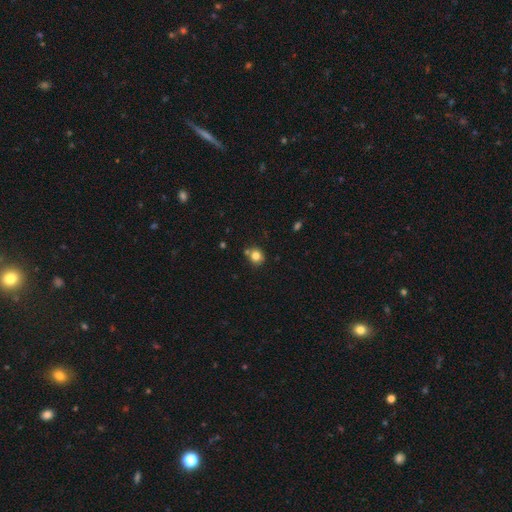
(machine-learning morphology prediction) Smooth or featured? Predicted: smooth (p=0.80). How rounded? Predicted: round (p=0.81). Merging? Predicted: none (p=0.69).